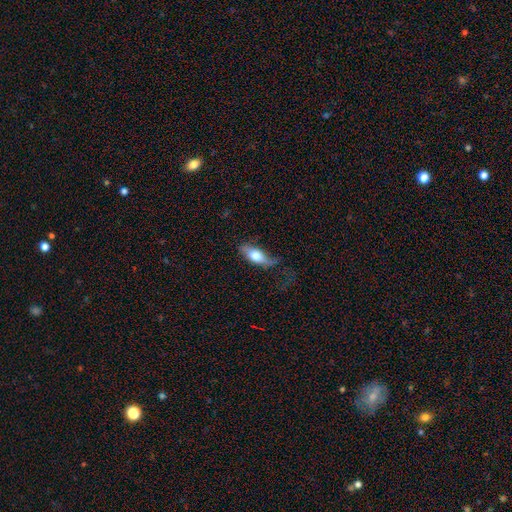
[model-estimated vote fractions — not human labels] Morphology: type=smooth (64%); roundness=in between (73%); merging=none (45%).